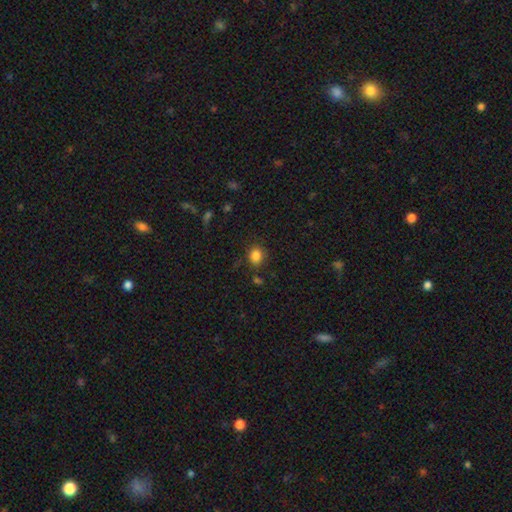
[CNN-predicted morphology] Smooth or featured: smooth — 84% (star or artifact — 12%)
How rounded: round — 62% (in between — 37%)
Merging: none — 80% (minor disturbance — 12%)